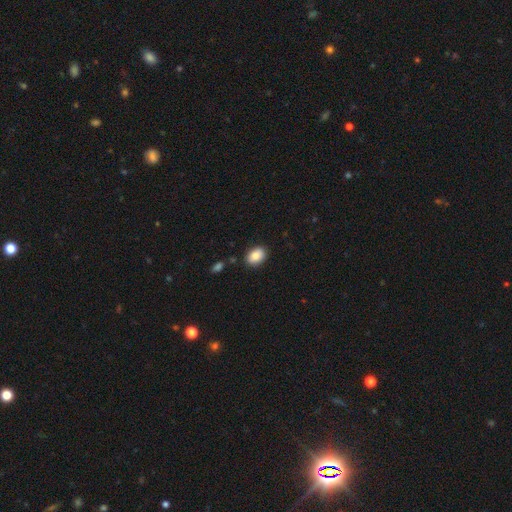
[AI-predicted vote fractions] Smooth or featured? smooth (87%)
How rounded? in between (77%)
Merging? none (87%)